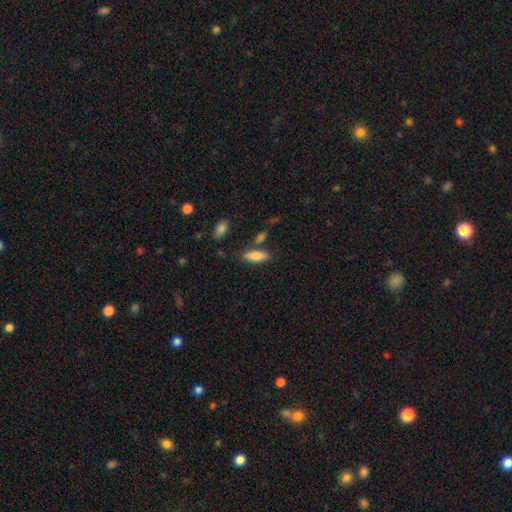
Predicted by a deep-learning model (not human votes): Smooth or featured?
  - smooth: 84% *
  - featured or disk: 9%
  - star or artifact: 7%
How rounded?
  - in between: 73% *
  - cigar-shaped: 25%
  - round: 2%
Merging?
  - none: 73% *
  - minor disturbance: 14%
  - merger: 9%
  - major disturbance: 4%